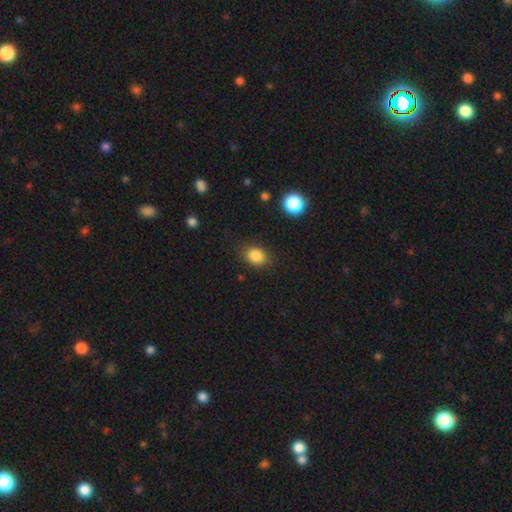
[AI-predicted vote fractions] smooth 85%, star or artifact 10%, featured or disk 5%. Down the decision tree: how rounded — in between (60%); merging — none (84%).